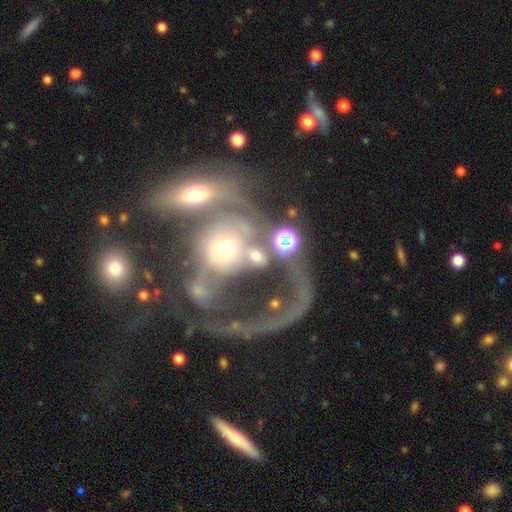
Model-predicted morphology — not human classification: This appears to be a featured or disk galaxy (48%). Merging: merger (55%).